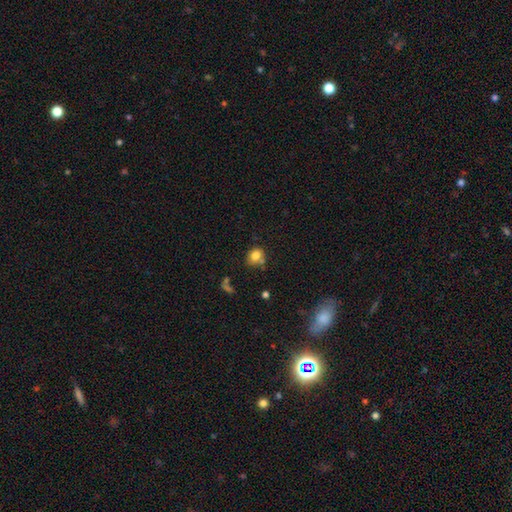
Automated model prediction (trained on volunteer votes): This is likely a smooth galaxy (80%). How rounded: likely round (67%). Merging: likely none (64%).